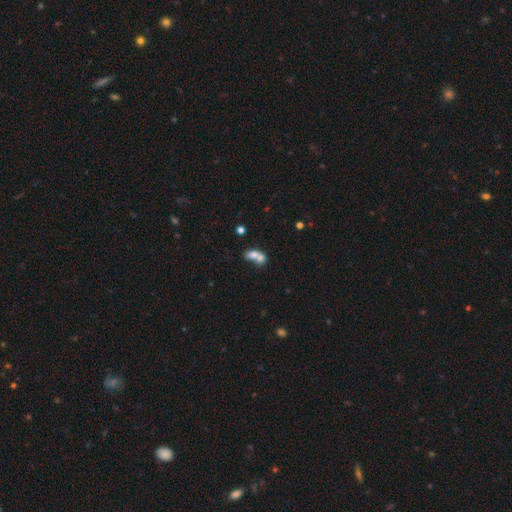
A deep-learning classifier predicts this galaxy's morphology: Smooth or featured? Predicted: smooth (p=0.70). How rounded? Predicted: in between (p=0.69). Merging? Predicted: merger (p=0.73).